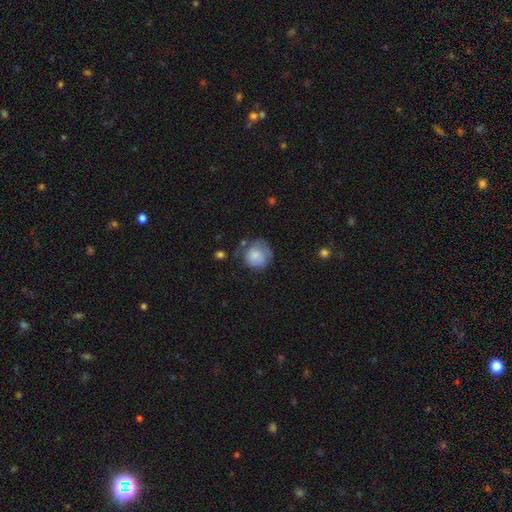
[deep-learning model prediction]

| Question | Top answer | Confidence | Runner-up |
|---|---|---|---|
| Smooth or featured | smooth | 71% | featured or disk (21%) |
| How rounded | round | 85% | in between (14%) |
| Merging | none | 52% | minor disturbance (29%) |